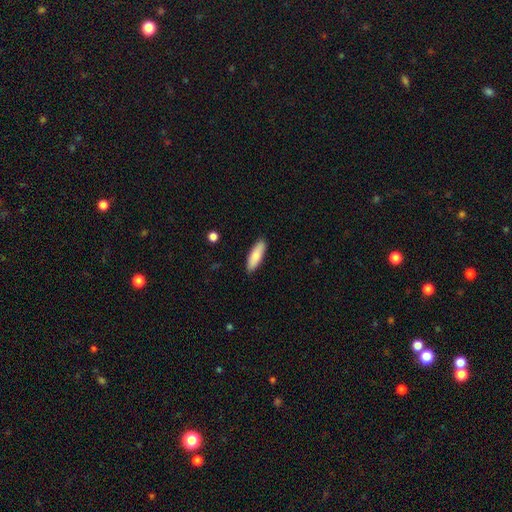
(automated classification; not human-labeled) This is clearly a smooth galaxy (83%). How rounded: possibly cigar-shaped (50%). Merging: clearly none (89%).